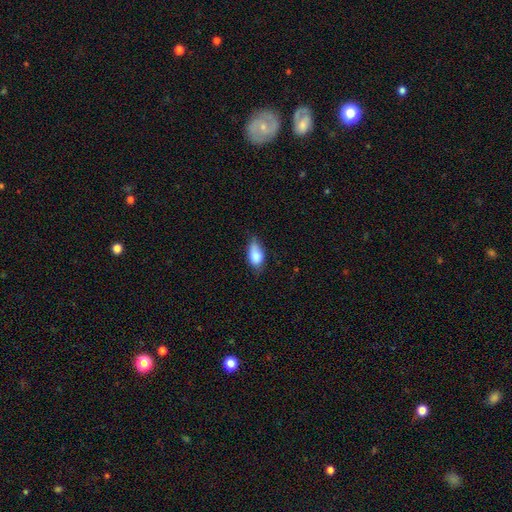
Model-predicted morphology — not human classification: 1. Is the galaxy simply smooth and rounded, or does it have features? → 81% smooth, 12% featured or disk, 7% star or artifact.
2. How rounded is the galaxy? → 88% in between, 7% cigar-shaped, 5% round.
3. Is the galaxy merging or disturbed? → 54% none, 37% minor disturbance, 7% major disturbance, 2% merger.